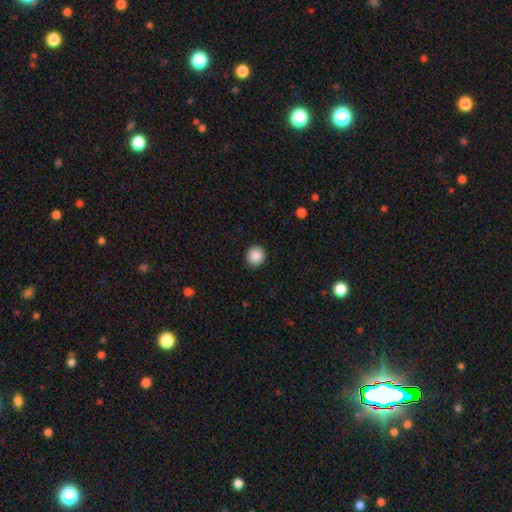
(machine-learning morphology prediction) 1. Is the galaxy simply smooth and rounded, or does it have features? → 89% smooth, 9% star or artifact, 3% featured or disk.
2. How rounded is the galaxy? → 85% round, 14% in between, 1% cigar-shaped.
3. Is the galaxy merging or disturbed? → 90% none, 7% minor disturbance, 2% major disturbance, 1% merger.